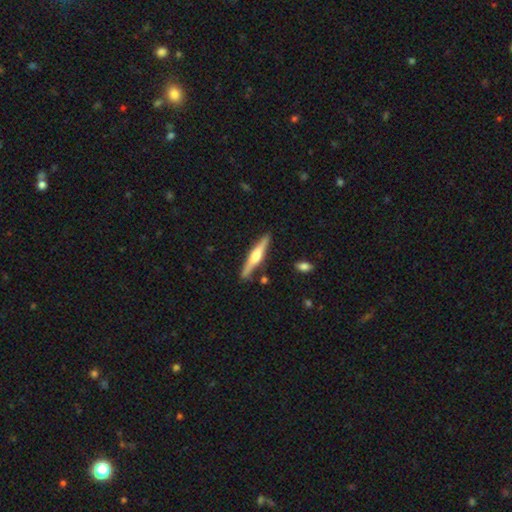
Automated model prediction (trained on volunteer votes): Overall: featured or disk (64%; smooth 31%). Edge-on disk: yes (97%). Edge-on bulge: rounded (81%). Merging: none (86%).